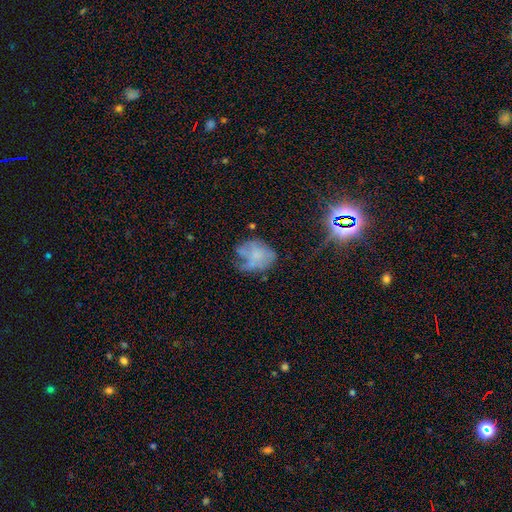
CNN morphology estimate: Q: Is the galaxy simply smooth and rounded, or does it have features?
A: smooth — 43%, tied with featured or disk.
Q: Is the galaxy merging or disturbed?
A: none — 39%.